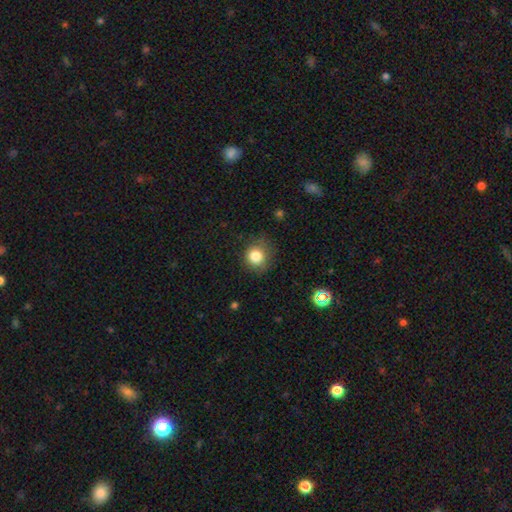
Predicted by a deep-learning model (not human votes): Q: Smooth or featured?
A: smooth (83%); runner-up: star or artifact (11%)
Q: How rounded?
A: round (86%); runner-up: in between (13%)
Q: Merging?
A: none (76%); runner-up: minor disturbance (18%)